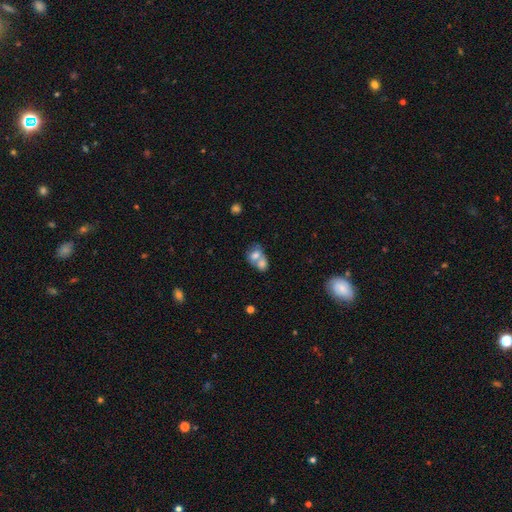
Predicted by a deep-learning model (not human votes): smooth-or-featured: smooth: 68% | featured or disk: 23% | star or artifact: 9%
  how-rounded: in between: 63% | round: 36% | cigar-shaped: 1%
  merging: merger: 73% | none: 17% | minor disturbance: 6% | major disturbance: 4%